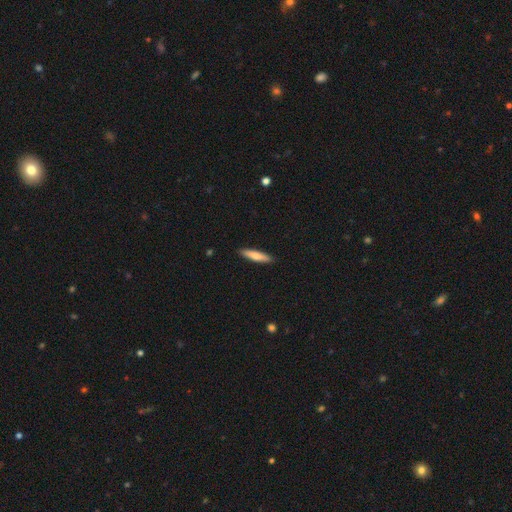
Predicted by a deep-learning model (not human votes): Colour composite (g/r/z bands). It shows a smooth galaxy with no disk features (71%) that is cigar-shaped (82%). Merging: none (91%).